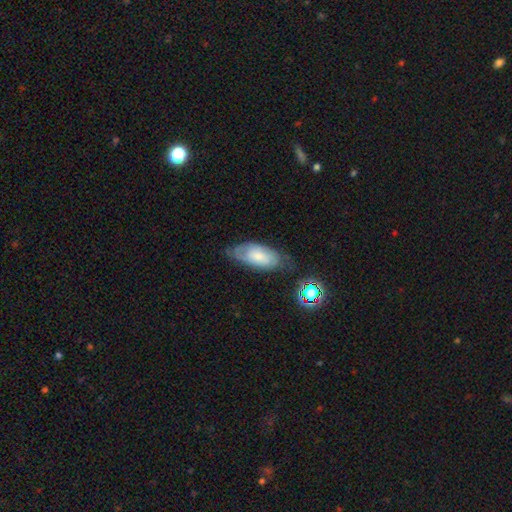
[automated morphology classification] This is possibly a smooth galaxy (51%). How rounded: clearly in between (86%). Merging: likely none (64%).